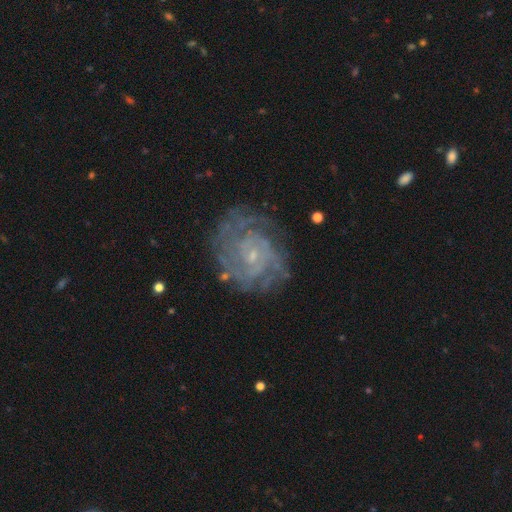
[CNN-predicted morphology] featured or disk 84%, star or artifact 9%, smooth 7%. Down the decision tree: edge-on disk — no (97%); bar — no (69%); spiral arms — yes (96%); spiral arm count — can't tell (31%); spiral winding — tight (71%); bulge size — small (82%); merging — none (78%).